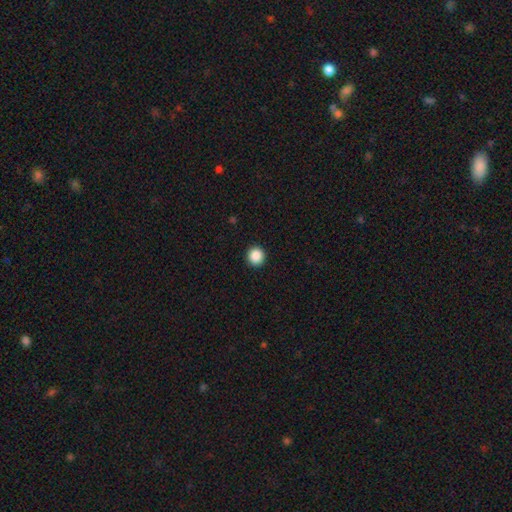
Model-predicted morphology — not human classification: Q: Smooth or featured?
A: smooth (88%); runner-up: star or artifact (9%)
Q: How rounded?
A: round (94%); runner-up: in between (5%)
Q: Merging?
A: none (93%); runner-up: minor disturbance (5%)